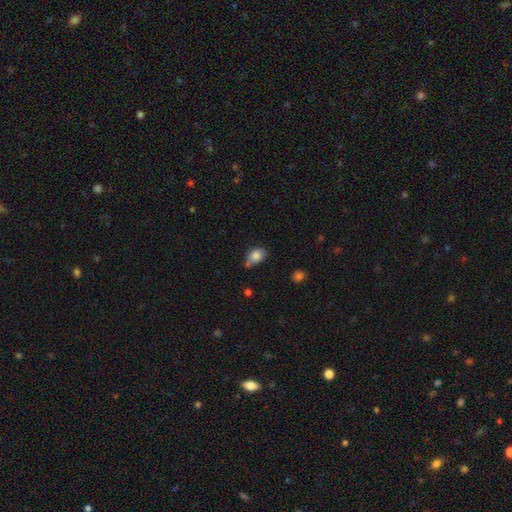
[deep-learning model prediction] smooth-or-featured: smooth: 83% | star or artifact: 9% | featured or disk: 8%
  how-rounded: in between: 66% | round: 33% | cigar-shaped: 1%
  merging: none: 48% | minor disturbance: 31% | merger: 14% | major disturbance: 8%